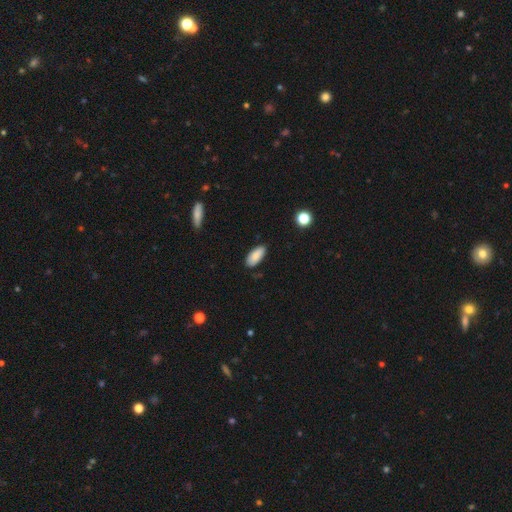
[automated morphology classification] This appears to be a smooth galaxy with no disk features (86%) that is in between round and cigar-shaped (88%). Merging: none (84%).